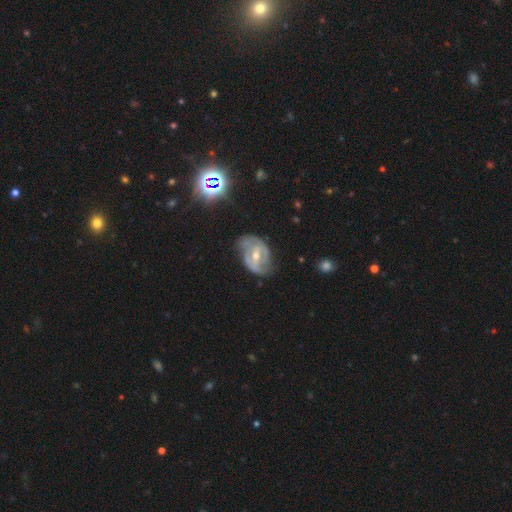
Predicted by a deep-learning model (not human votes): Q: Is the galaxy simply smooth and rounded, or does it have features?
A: featured or disk — 74%.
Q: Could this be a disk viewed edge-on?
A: no — 95%.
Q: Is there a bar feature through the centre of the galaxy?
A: weak — 45%.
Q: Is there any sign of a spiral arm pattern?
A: yes — 71%.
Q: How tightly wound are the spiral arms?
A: tight — 47%.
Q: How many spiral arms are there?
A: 2 — 54%.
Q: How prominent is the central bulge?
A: moderate — 65%.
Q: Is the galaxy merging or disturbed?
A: none — 55%.